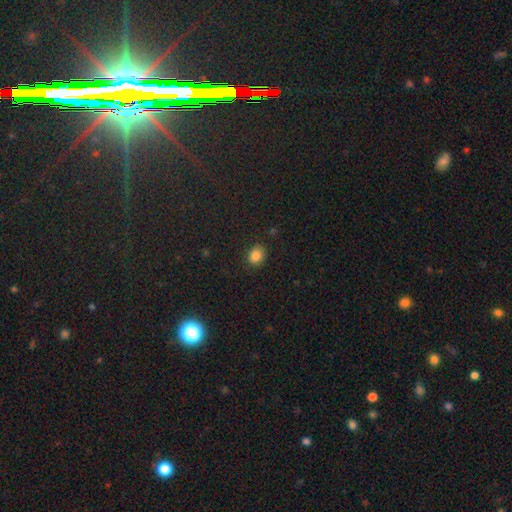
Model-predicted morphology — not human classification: The model was most divided on "how rounded": in between: 50%, round: 49%, cigar-shaped: 1%. More confident: merging — none (85%); smooth or featured — smooth (84%).